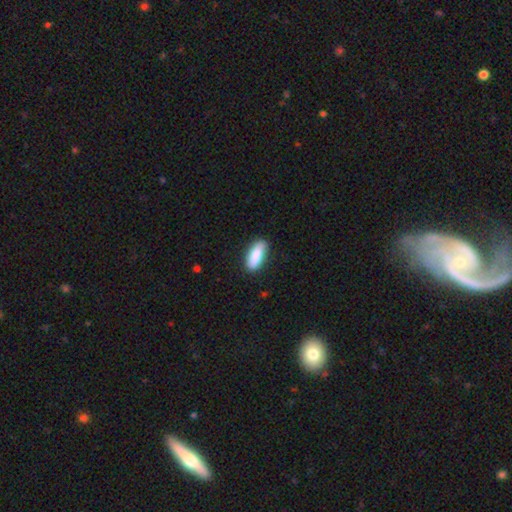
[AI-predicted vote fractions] Q: Smooth or featured?
A: smooth (85%); runner-up: featured or disk (9%)
Q: How rounded?
A: in between (74%); runner-up: cigar-shaped (24%)
Q: Merging?
A: none (82%); runner-up: minor disturbance (14%)